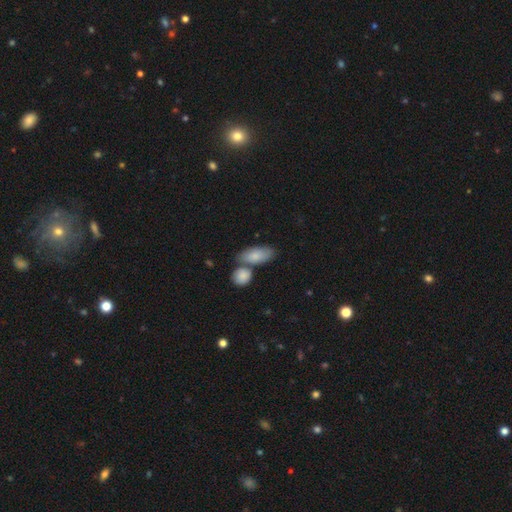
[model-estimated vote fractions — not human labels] smooth-or-featured: smooth: 81% | featured or disk: 14% | star or artifact: 6%
  how-rounded: in between: 86% | cigar-shaped: 9% | round: 5%
  merging: none: 49% | merger: 34% | minor disturbance: 14% | major disturbance: 4%